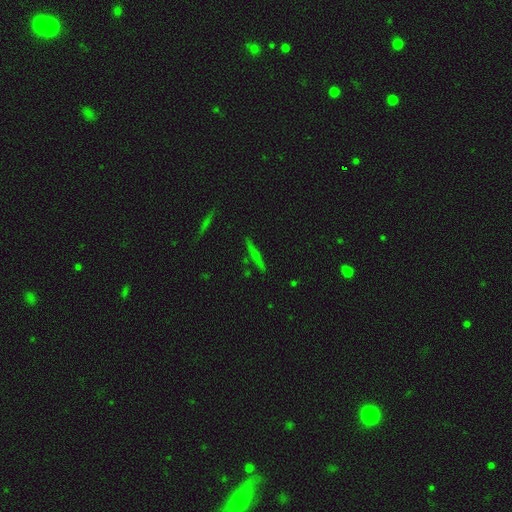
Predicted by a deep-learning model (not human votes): A smooth galaxy with no disk features (44%, tied with featured or disk).

Vote fractions:
- Smooth or featured? smooth: 44% (tied) / featured or disk: 44% (tied) / star or artifact: 12%
- Merging? none: 87% / minor disturbance: 9% / merger: 2% / major disturbance: 2%